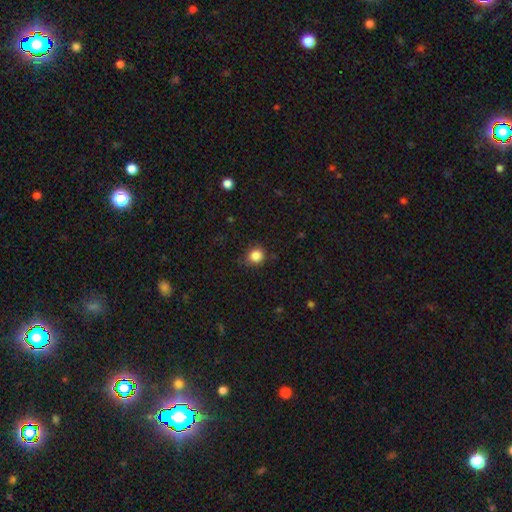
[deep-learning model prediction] Smooth or featured? Predicted: smooth (p=0.86). How rounded? Predicted: round (p=0.84). Merging? Predicted: none (p=0.82).